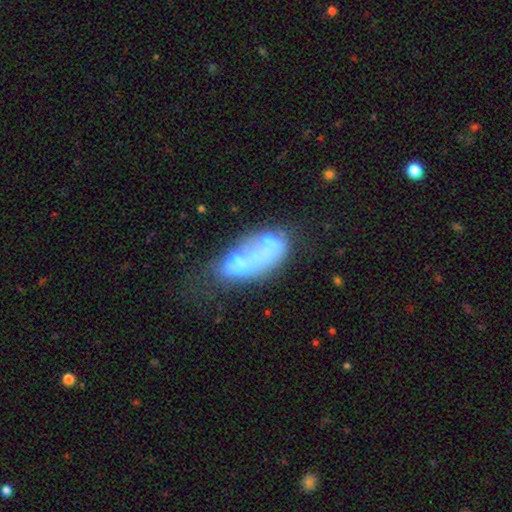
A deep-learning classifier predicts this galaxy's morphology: Overall: featured or disk (56%; smooth 32%). Edge-on disk: no (95%). Bar: no (90%). Spiral arms: no (93%). Bulge size: none (45%; moderate 25%). Merging: merger (44%; none 22%).